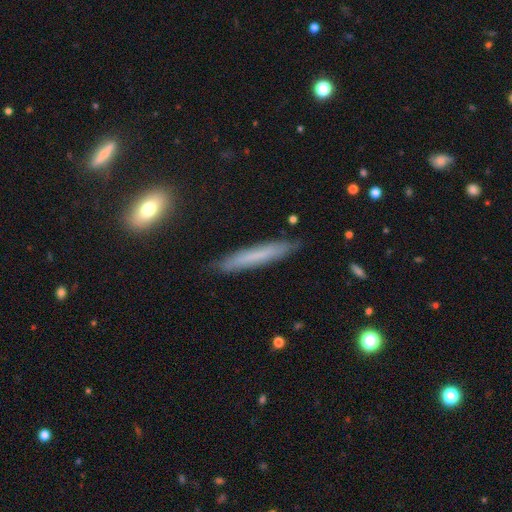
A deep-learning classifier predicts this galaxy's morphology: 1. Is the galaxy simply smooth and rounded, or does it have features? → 63% smooth, 30% featured or disk, 7% star or artifact.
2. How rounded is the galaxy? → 95% cigar-shaped, 4% in between, 1% round.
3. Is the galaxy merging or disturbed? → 85% none, 11% minor disturbance, 2% major disturbance, 1% merger.